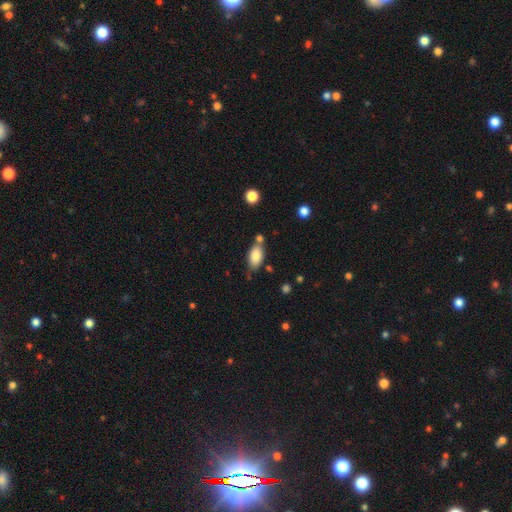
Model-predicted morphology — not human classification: A smooth galaxy with no disk features (84%) that is in between round and cigar-shaped (91%). Merging: none (62%).